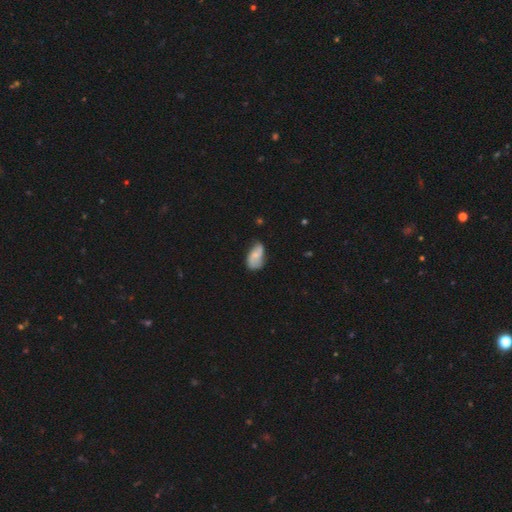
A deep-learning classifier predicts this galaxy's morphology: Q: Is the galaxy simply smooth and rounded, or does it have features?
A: smooth — 53%.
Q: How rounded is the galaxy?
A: in between — 91%.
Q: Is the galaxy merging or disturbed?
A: none — 45%.